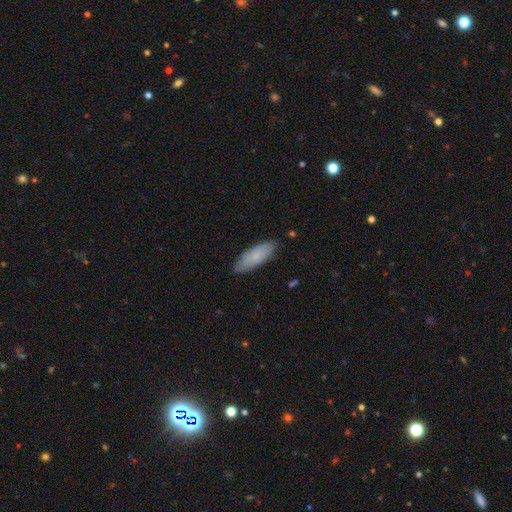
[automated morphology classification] Smooth or featured?
  - smooth: 78% *
  - featured or disk: 16%
  - star or artifact: 6%
How rounded?
  - in between: 62% *
  - cigar-shaped: 36%
  - round: 2%
Merging?
  - none: 84% *
  - minor disturbance: 13%
  - major disturbance: 2%
  - merger: 1%